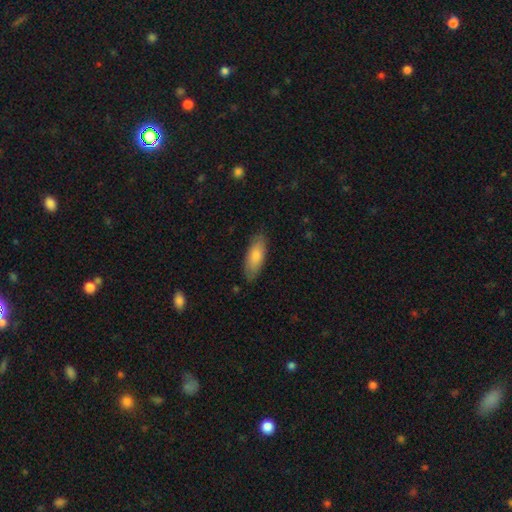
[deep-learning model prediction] This is clearly a smooth galaxy (83%). How rounded: likely in between (75%). Merging: clearly none (83%).